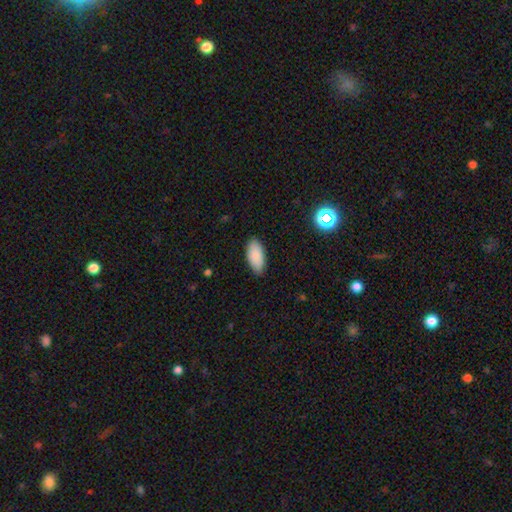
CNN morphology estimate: Q: Smooth or featured?
A: smooth (89%); runner-up: star or artifact (6%)
Q: How rounded?
A: in between (93%); runner-up: cigar-shaped (5%)
Q: Merging?
A: none (86%); runner-up: minor disturbance (11%)